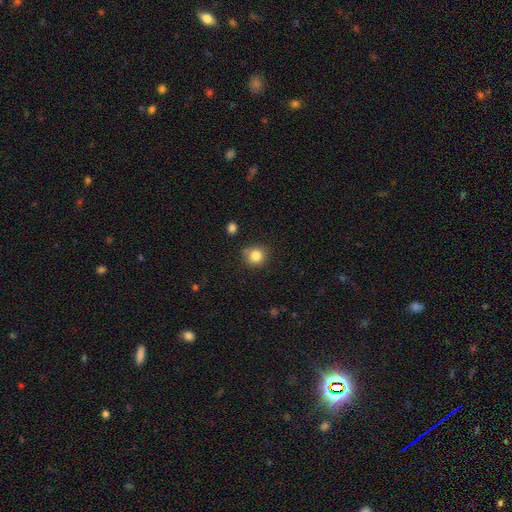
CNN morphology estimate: A smooth galaxy with no disk features (84%) that is round (88%). Merging: none (78%).